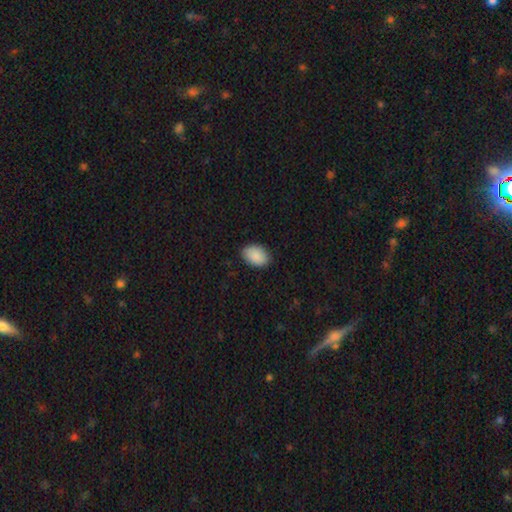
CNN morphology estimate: Q: Smooth or featured?
A: smooth (90%); runner-up: star or artifact (6%)
Q: How rounded?
A: in between (86%); runner-up: round (13%)
Q: Merging?
A: none (86%); runner-up: minor disturbance (11%)